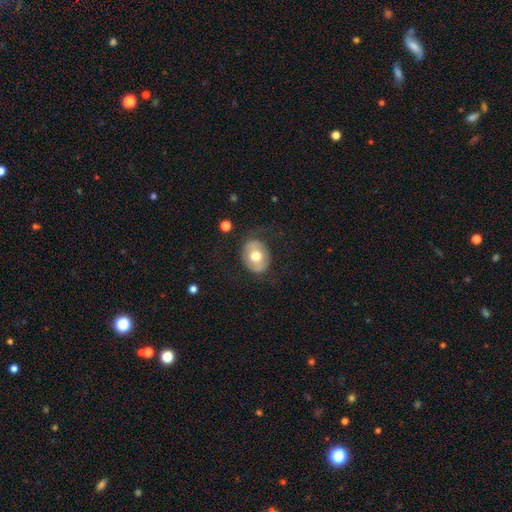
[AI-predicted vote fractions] smooth 58%, featured or disk 35%, star or artifact 7%. Down the decision tree: how rounded — round (54%); merging — none (74%).